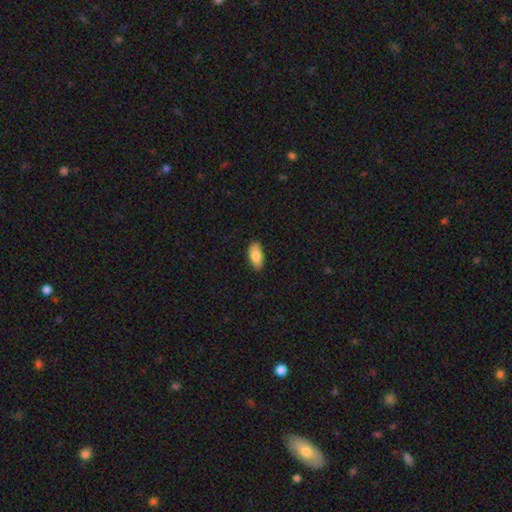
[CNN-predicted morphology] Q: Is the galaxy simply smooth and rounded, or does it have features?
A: smooth — 85%.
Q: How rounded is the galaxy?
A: in between — 90%.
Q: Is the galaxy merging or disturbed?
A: none — 85%.